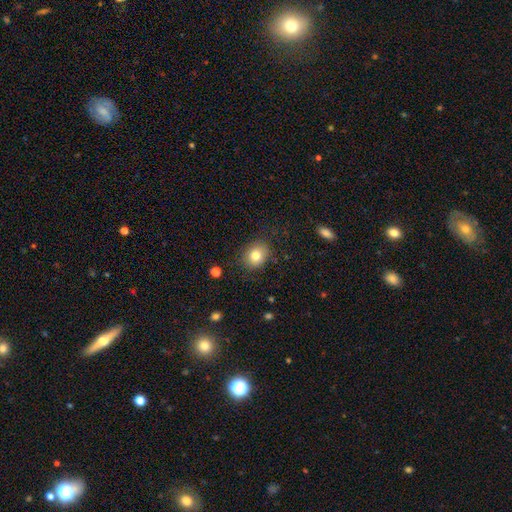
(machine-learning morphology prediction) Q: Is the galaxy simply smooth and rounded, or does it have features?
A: smooth — 80%.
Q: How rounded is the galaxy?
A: round — 56%.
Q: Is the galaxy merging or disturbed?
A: none — 83%.